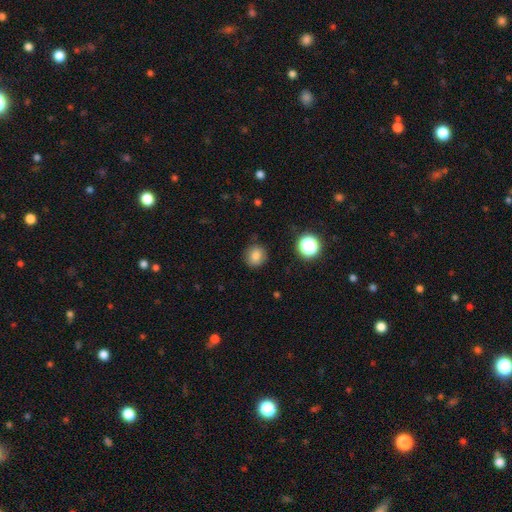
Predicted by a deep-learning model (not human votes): Smooth or featured? smooth (81%)
How rounded? round (83%)
Merging? none (86%)